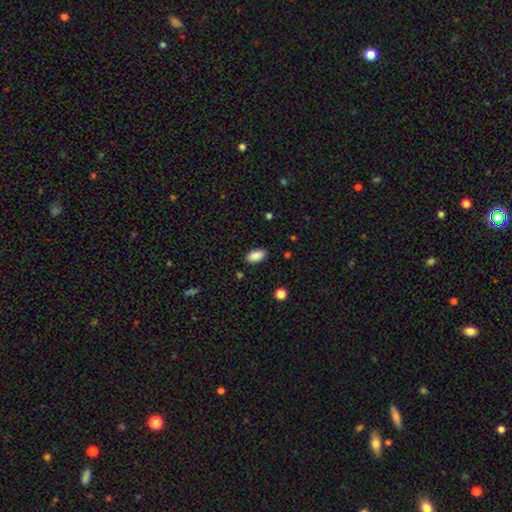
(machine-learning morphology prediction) smooth 89%, star or artifact 8%, featured or disk 4%. Down the decision tree: how rounded — in between (93%); merging — none (88%).